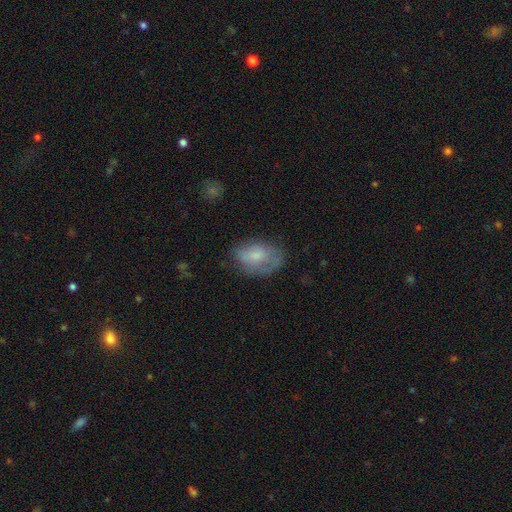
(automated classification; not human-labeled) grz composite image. It shows a smooth galaxy with no disk features (65%) that is in between round and cigar-shaped (88%). Merging: none (58%).